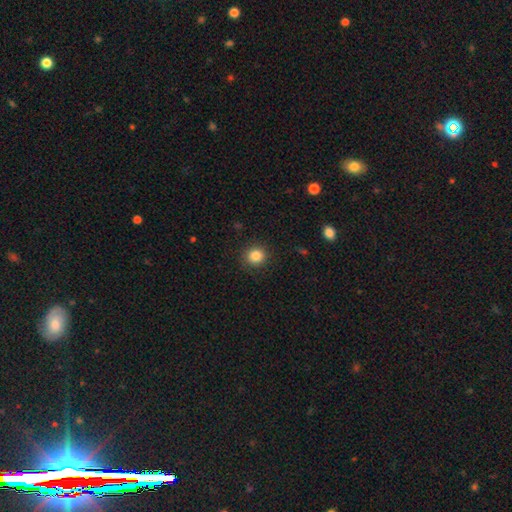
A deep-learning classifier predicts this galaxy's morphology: A smooth galaxy with no disk features (85%) that is round (89%). Merging: none (90%).